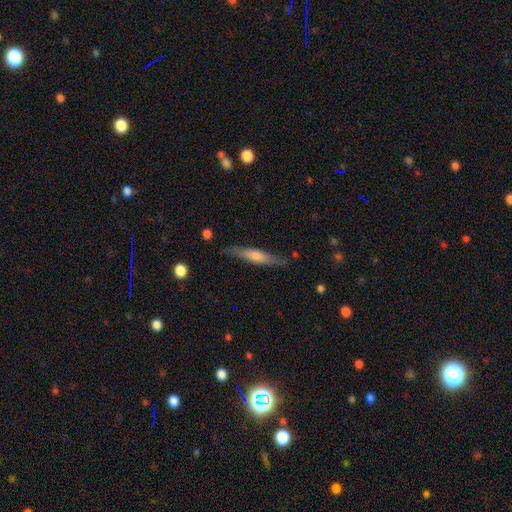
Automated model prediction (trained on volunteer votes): Q: Smooth or featured?
A: featured or disk (47%); runner-up: smooth (46%)
Q: Merging?
A: none (82%); runner-up: minor disturbance (13%)